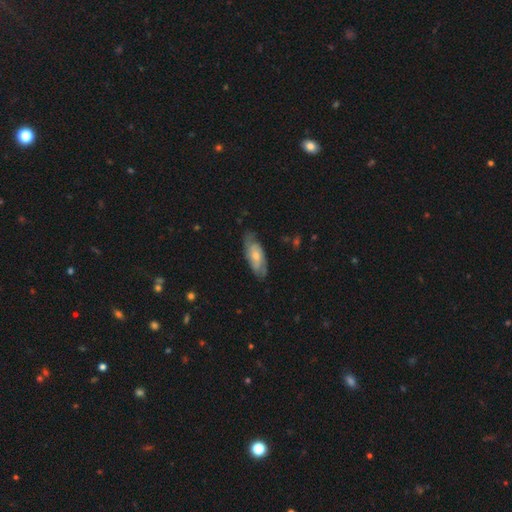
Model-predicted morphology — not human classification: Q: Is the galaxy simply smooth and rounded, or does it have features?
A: featured or disk — 58%.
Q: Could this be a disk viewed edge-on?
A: no — 88%.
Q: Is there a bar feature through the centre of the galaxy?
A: no — 68%.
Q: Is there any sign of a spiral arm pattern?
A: yes — 84%.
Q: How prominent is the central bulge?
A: moderate — 47%, tied with small.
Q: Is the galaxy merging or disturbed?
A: none — 72%.